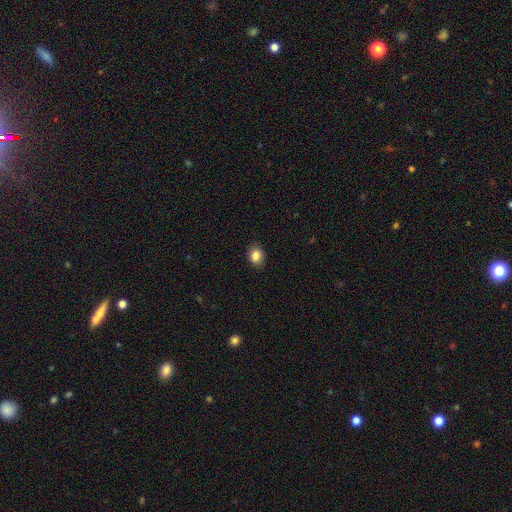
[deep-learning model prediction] smooth-or-featured: smooth: 86% | star or artifact: 9% | featured or disk: 5%
  how-rounded: in between: 64% | round: 35% | cigar-shaped: 1%
  merging: none: 86% | minor disturbance: 10% | major disturbance: 2% | merger: 1%